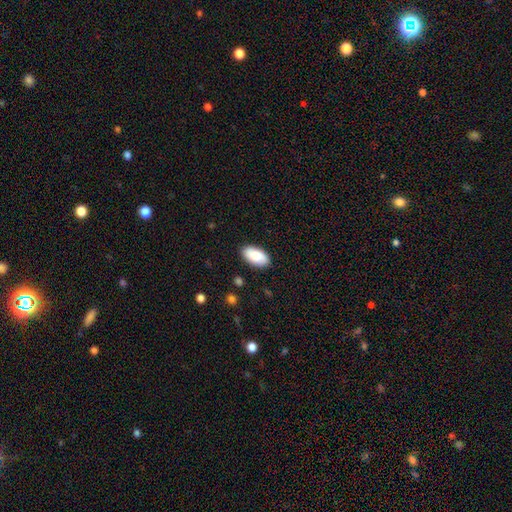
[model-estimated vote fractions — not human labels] This is clearly a smooth galaxy (83%). How rounded: clearly in between (95%). Merging: clearly none (88%).